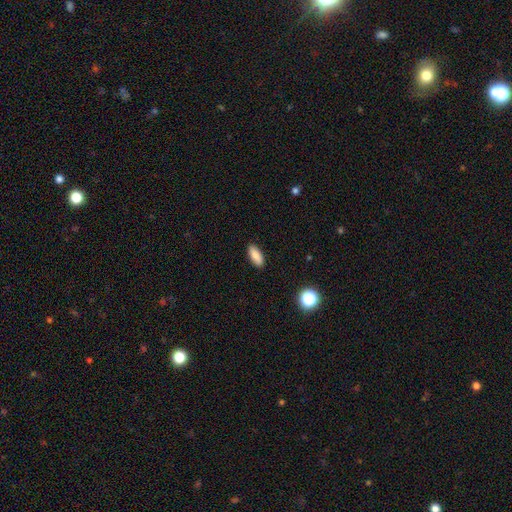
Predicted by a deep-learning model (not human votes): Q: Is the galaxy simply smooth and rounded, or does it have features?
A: smooth — 87%.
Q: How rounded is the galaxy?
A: in between — 77%.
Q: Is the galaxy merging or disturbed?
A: none — 89%.